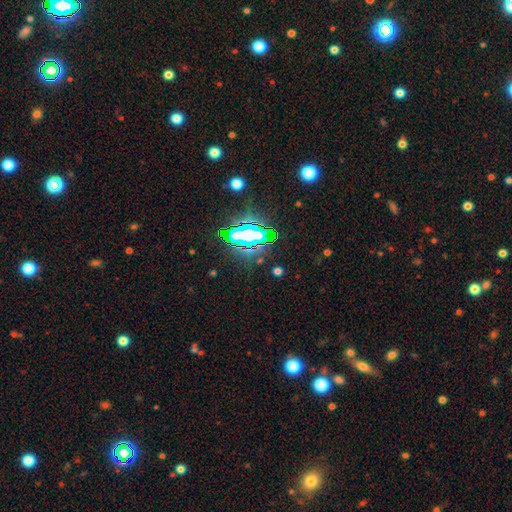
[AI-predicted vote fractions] Smooth or featured? Predicted: star or artifact (p=0.78).